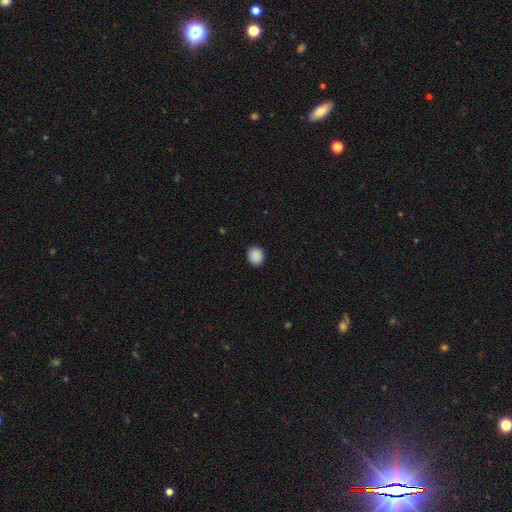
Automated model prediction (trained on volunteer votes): Smooth or featured: smooth — 89% (star or artifact — 9%)
How rounded: round — 75% (in between — 24%)
Merging: none — 90% (minor disturbance — 7%)